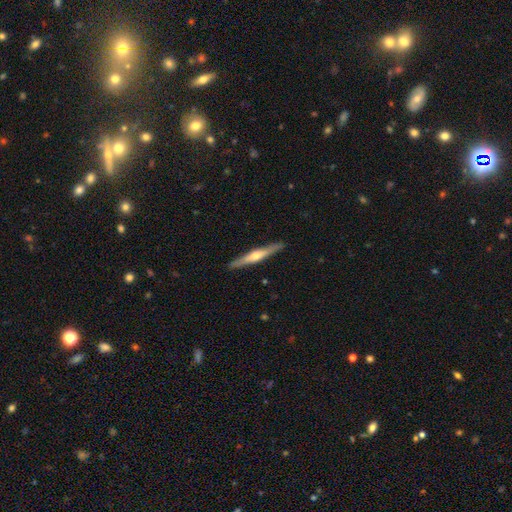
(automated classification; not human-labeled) The model was most divided on "smooth or featured": featured or disk: 64%, smooth: 30%, star or artifact: 5%. More confident: edge-on disk — yes (96%); merging — none (90%); edge-on bulge — rounded (86%).